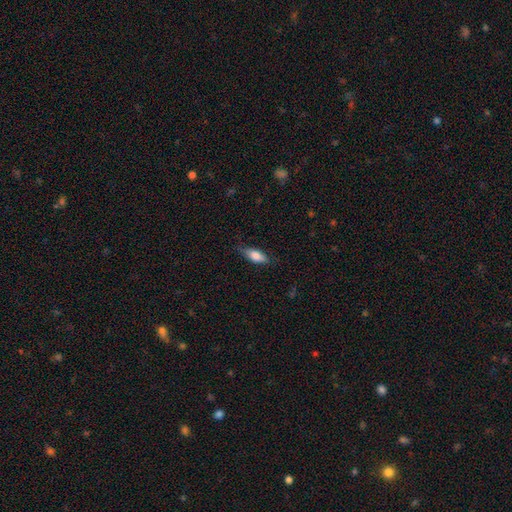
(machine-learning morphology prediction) Smooth or featured? Predicted: smooth (p=0.75). How rounded? Predicted: in between (p=0.73). Merging? Predicted: none (p=0.75).